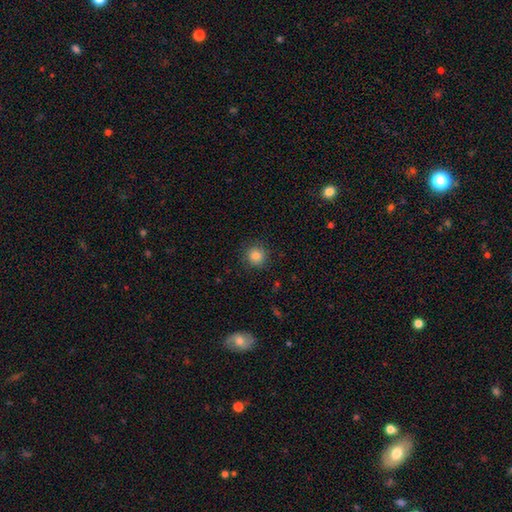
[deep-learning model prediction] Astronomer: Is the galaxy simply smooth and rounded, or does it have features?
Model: smooth — 85%.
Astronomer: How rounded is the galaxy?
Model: round — 93%.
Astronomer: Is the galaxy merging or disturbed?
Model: none — 88%.